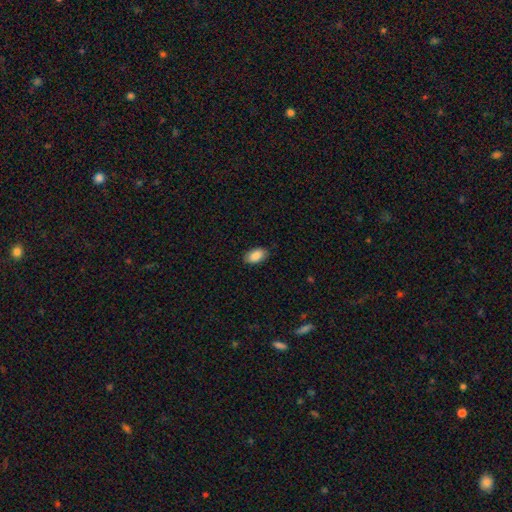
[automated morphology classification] A smooth galaxy with no disk features (89%) that is in between round and cigar-shaped (94%). Merging: none (88%).